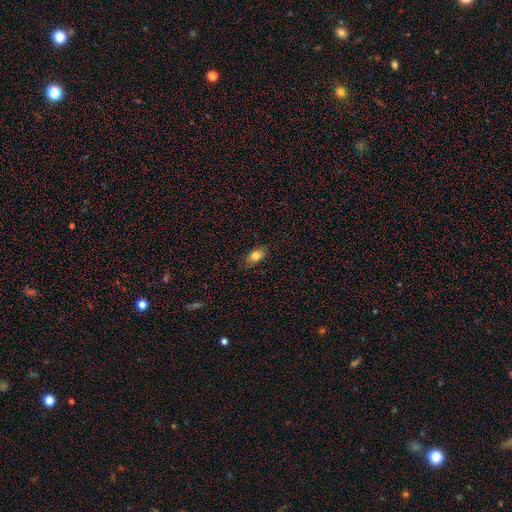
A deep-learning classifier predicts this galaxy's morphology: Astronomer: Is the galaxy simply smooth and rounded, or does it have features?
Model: smooth — 80%.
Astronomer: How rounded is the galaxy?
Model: in between — 84%.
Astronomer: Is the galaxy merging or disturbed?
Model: none — 83%.